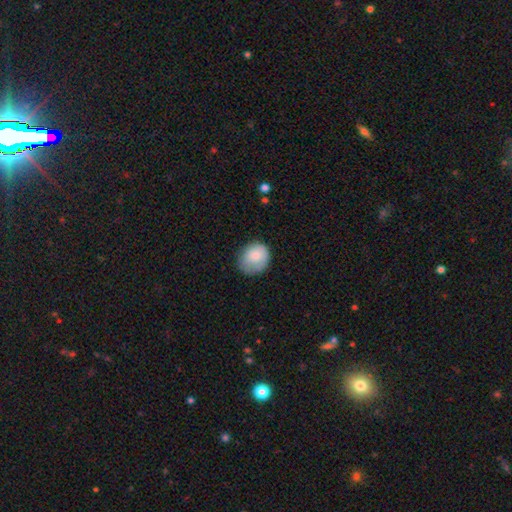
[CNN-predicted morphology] A smooth galaxy with no disk features (80%) that is round (66%).

Vote fractions:
- Smooth or featured? smooth: 80% / featured or disk: 13% / star or artifact: 7%
- How rounded? round: 66% / in between: 34% / cigar-shaped: 1%
- Merging? none: 65% / minor disturbance: 25% / major disturbance: 9% / merger: 1%